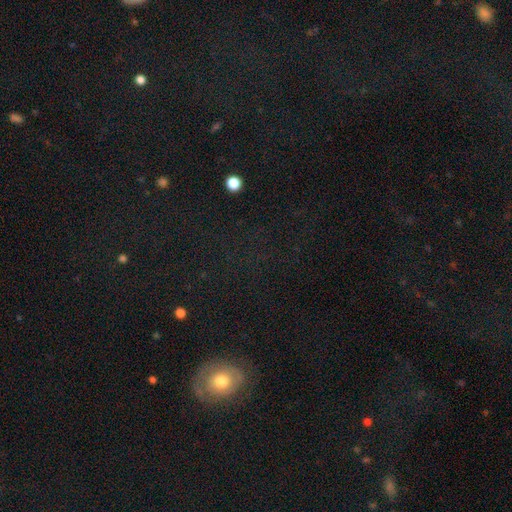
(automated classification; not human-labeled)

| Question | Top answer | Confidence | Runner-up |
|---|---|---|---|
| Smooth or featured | star or artifact | 47% | smooth (37%) |